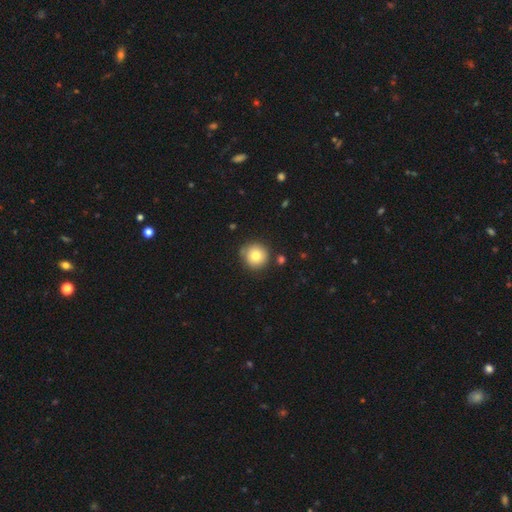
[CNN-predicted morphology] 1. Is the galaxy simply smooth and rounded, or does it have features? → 79% smooth, 11% featured or disk, 10% star or artifact.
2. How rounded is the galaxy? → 94% round, 5% in between, 1% cigar-shaped.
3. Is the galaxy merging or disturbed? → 81% none, 12% minor disturbance, 4% merger, 3% major disturbance.